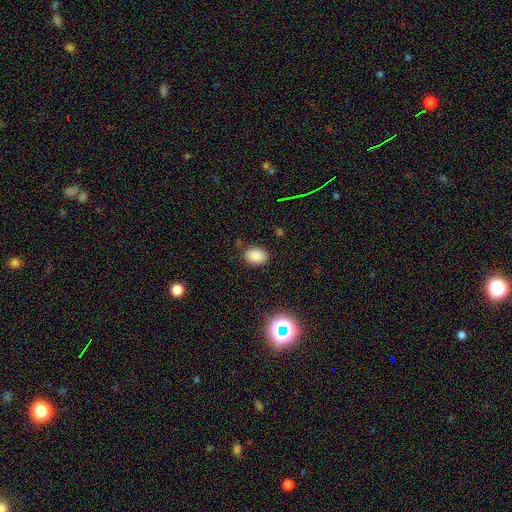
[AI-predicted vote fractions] Q: Smooth or featured?
A: smooth (84%); runner-up: star or artifact (12%)
Q: How rounded?
A: in between (81%); runner-up: round (18%)
Q: Merging?
A: none (81%); runner-up: minor disturbance (14%)